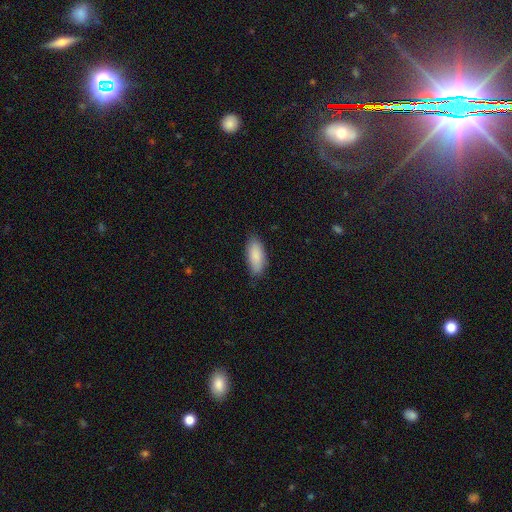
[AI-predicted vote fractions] Smooth or featured? Predicted: smooth (p=0.87). How rounded? Predicted: in between (p=0.83). Merging? Predicted: none (p=0.81).